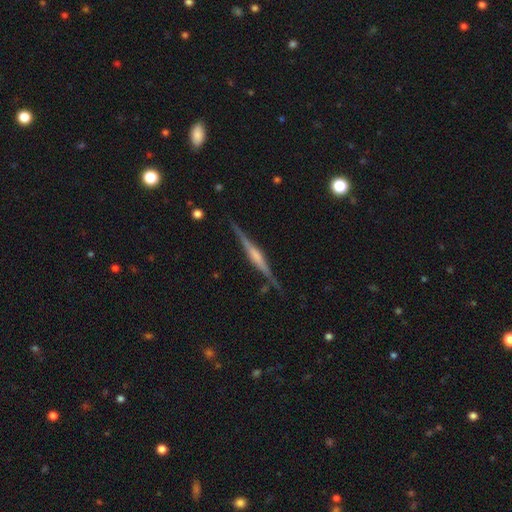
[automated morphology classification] Smooth or featured: featured or disk — 77% (smooth — 18%)
Edge-on disk: yes — 98% (no — 2%)
Edge-on bulge: rounded — 54% (boxy — 30%)
Merging: none — 85% (minor disturbance — 11%)